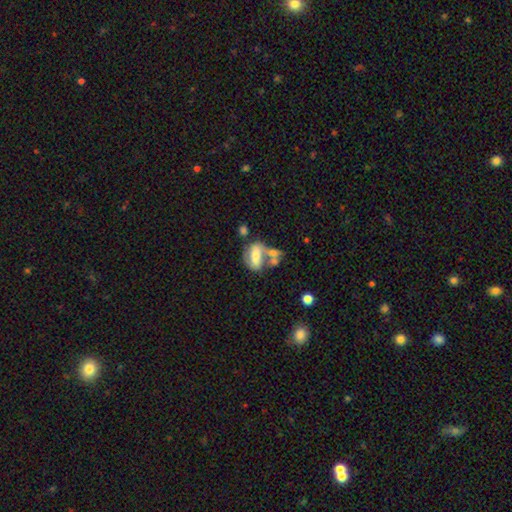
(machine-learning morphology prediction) This appears to be a smooth galaxy with no disk features (52%) that is in between round and cigar-shaped (82%). Merging: merger (44%).